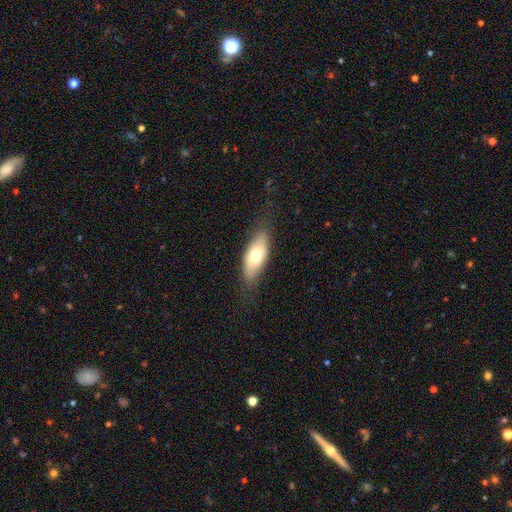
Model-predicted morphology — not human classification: Q: Smooth or featured?
A: smooth (66%); runner-up: featured or disk (27%)
Q: How rounded?
A: in between (82%); runner-up: cigar-shaped (16%)
Q: Merging?
A: none (75%); runner-up: minor disturbance (18%)